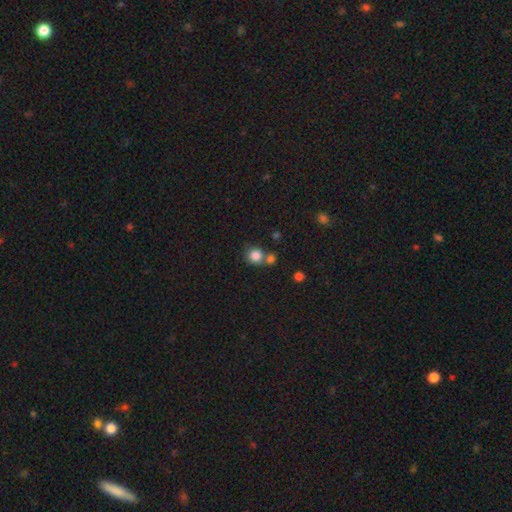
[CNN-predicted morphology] A smooth galaxy with no disk features (84%) that is round (87%).

Vote fractions:
- Smooth or featured? smooth: 84% / star or artifact: 10% / featured or disk: 6%
- How rounded? round: 87% / in between: 12% / cigar-shaped: 1%
- Merging? none: 55% / merger: 31% / minor disturbance: 10% / major disturbance: 4%